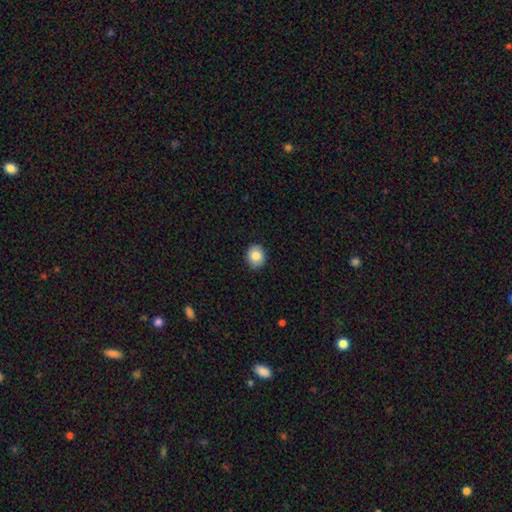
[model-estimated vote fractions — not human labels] A smooth galaxy with no disk features (83%) that is round (69%).

Vote fractions:
- Smooth or featured? smooth: 83% / featured or disk: 9% / star or artifact: 9%
- How rounded? round: 69% / in between: 30% / cigar-shaped: 1%
- Merging? none: 91% / minor disturbance: 7% / major disturbance: 2% / merger: 1%